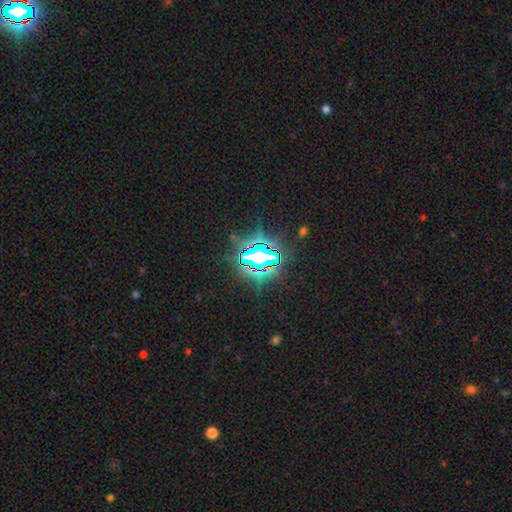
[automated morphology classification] A star or artifact, not a galaxy (76%).